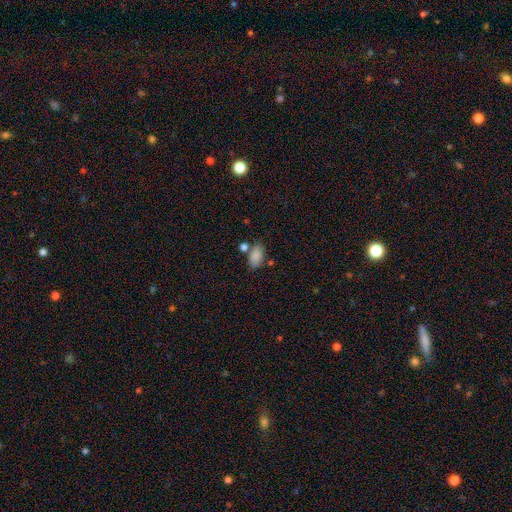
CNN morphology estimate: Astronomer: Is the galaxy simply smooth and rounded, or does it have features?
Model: smooth — 86%.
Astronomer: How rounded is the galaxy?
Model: in between — 92%.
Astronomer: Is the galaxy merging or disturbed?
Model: none — 66%.